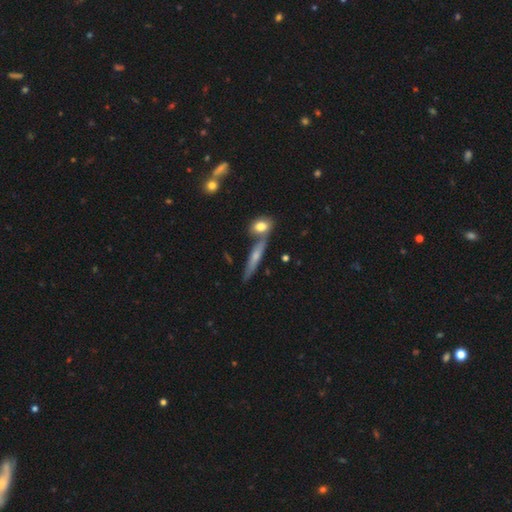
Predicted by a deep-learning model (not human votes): Smooth or featured? Predicted: smooth (p=0.50). How rounded? Predicted: cigar-shaped (p=0.84). Merging? Predicted: none (p=0.66).